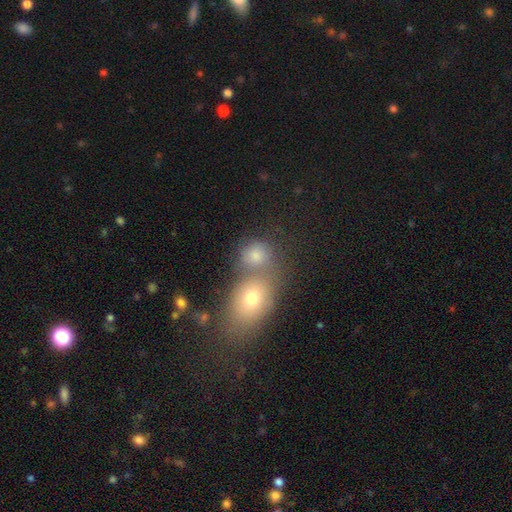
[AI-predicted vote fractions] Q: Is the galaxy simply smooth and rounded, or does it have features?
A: smooth — 75%.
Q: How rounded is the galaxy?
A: round — 68%.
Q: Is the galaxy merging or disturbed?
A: merger — 43%, tied with none.